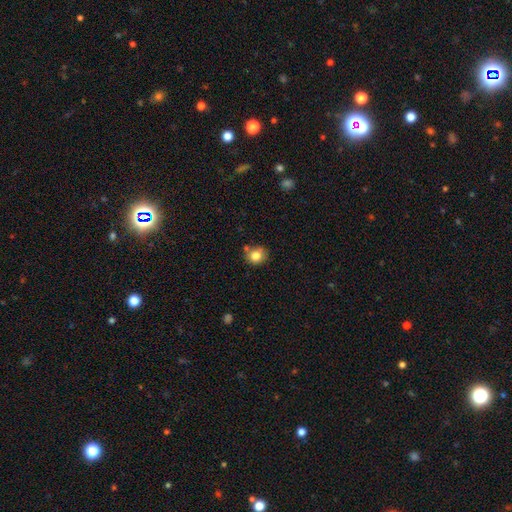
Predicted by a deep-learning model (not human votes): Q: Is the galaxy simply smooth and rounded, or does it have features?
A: smooth — 80%.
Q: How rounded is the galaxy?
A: round — 80%.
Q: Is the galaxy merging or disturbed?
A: none — 71%.